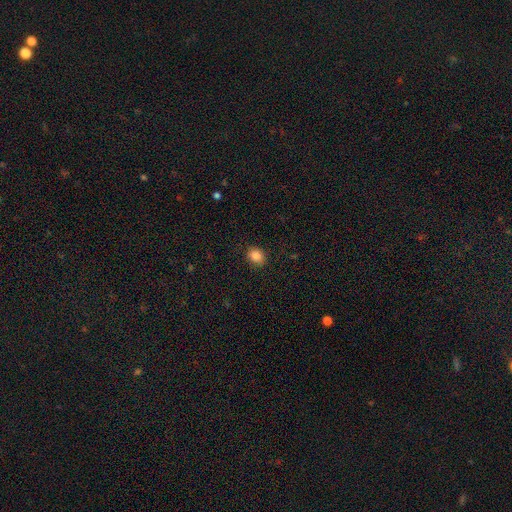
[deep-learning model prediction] Smooth or featured?
  - smooth: 85% *
  - star or artifact: 10%
  - featured or disk: 4%
How rounded?
  - round: 55% *
  - in between: 44%
  - cigar-shaped: 1%
Merging?
  - none: 88% *
  - minor disturbance: 9%
  - major disturbance: 2%
  - merger: 1%